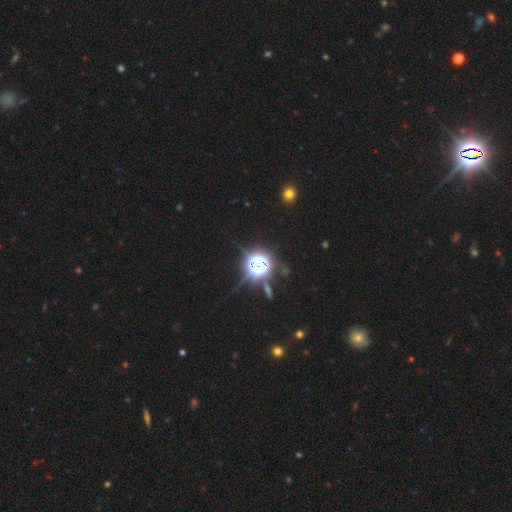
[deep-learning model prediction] Smooth or featured?
  - star or artifact: 74% *
  - smooth: 17%
  - featured or disk: 9%